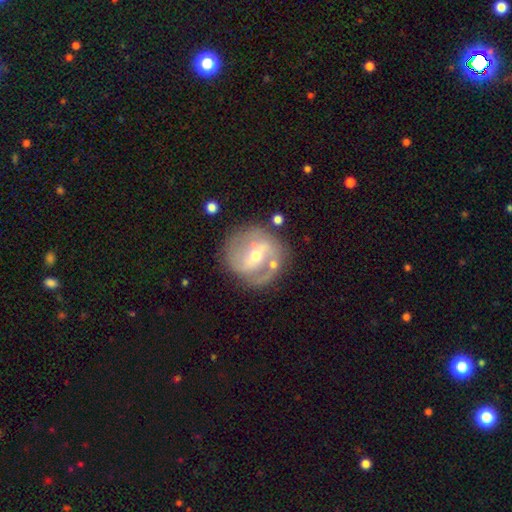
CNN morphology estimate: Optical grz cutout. It shows a featured or disk galaxy (78%) with a strong bar (42%), 2 (70%) medium (43%) spiral arms (79%) and a moderate central bulge (55%). Merging: none (70%).